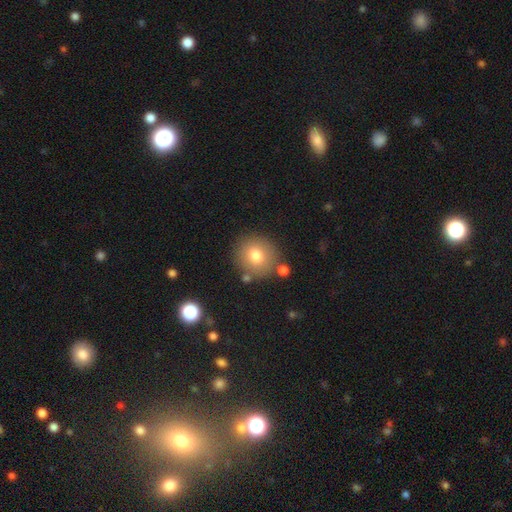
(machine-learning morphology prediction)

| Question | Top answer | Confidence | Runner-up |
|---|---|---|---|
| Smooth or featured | smooth | 76% | featured or disk (13%) |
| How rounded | round | 91% | in between (8%) |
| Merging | none | 80% | minor disturbance (10%) |